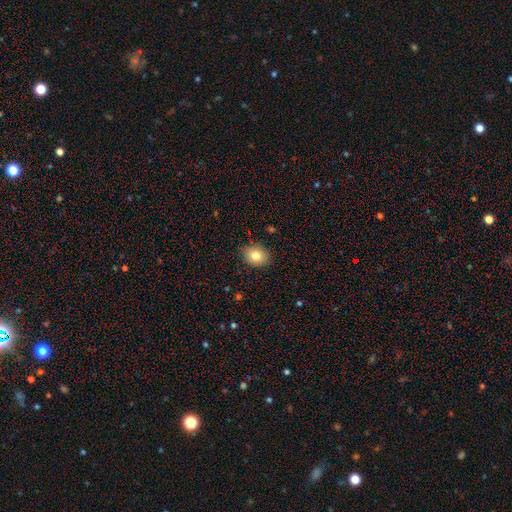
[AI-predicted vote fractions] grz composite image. It shows a smooth galaxy with no disk features (82%) that is round (54%). Merging: none (87%).